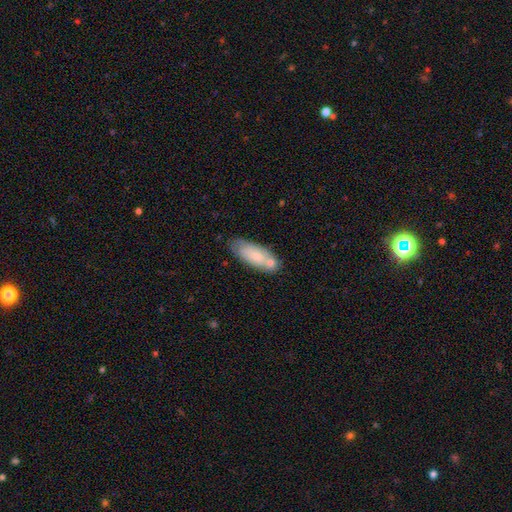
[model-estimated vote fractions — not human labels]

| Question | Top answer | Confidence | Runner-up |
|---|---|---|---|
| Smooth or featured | smooth | 73% | featured or disk (21%) |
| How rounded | in between | 73% | cigar-shaped (25%) |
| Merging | none | 60% | minor disturbance (19%) |